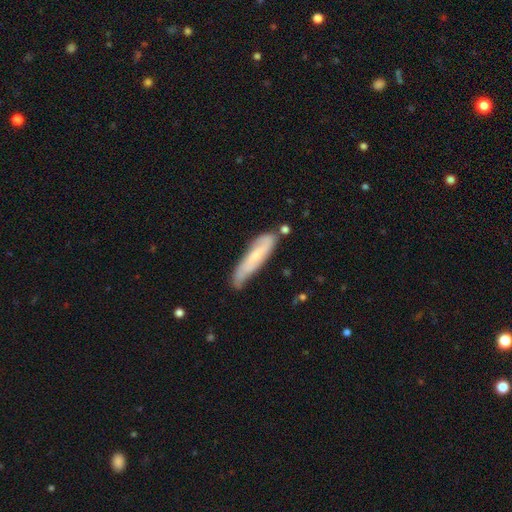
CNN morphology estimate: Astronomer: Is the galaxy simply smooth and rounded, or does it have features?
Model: featured or disk — 50% (runner-up: smooth, 43%).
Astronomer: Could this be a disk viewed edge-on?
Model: no — 60% (runner-up: yes, 40%).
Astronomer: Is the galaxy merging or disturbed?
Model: none — 64%.